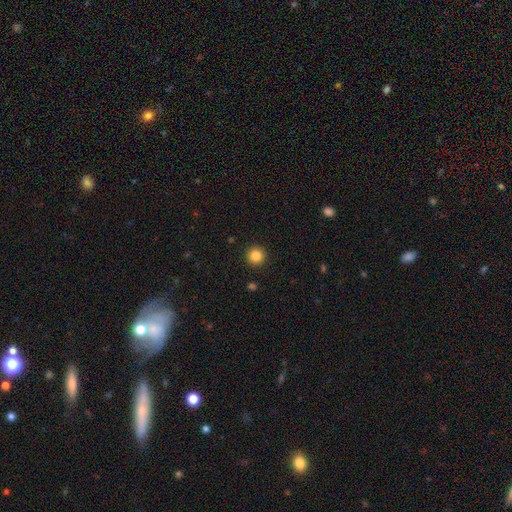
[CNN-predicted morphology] A smooth galaxy with no disk features (86%) that is round (96%).

Vote fractions:
- Smooth or featured? smooth: 86% / star or artifact: 11% / featured or disk: 4%
- How rounded? round: 96% / in between: 4% / cigar-shaped: 1%
- Merging? none: 93% / minor disturbance: 4% / major disturbance: 2% / merger: 1%